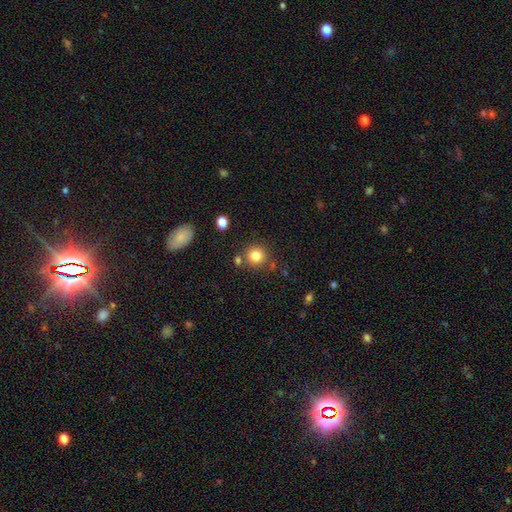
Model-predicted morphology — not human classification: smooth 81%, star or artifact 12%, featured or disk 7%. Down the decision tree: how rounded — round (91%); merging — none (77%).